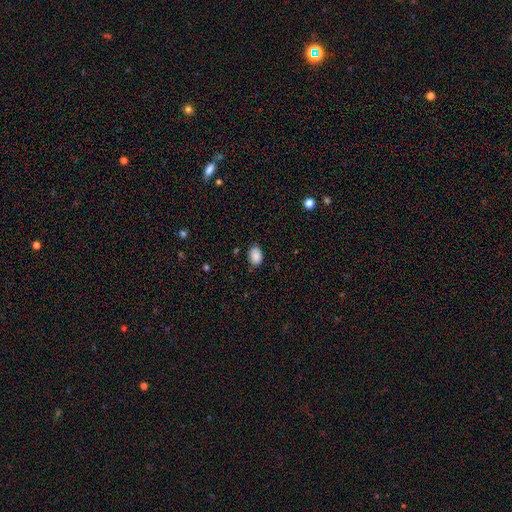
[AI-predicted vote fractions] smooth_or_featured: smooth (p=0.88) [alt: star or artifact p=0.08]
how_rounded: in between (p=0.79) [alt: round p=0.20]
merging: none (p=0.81) [alt: minor disturbance p=0.14]